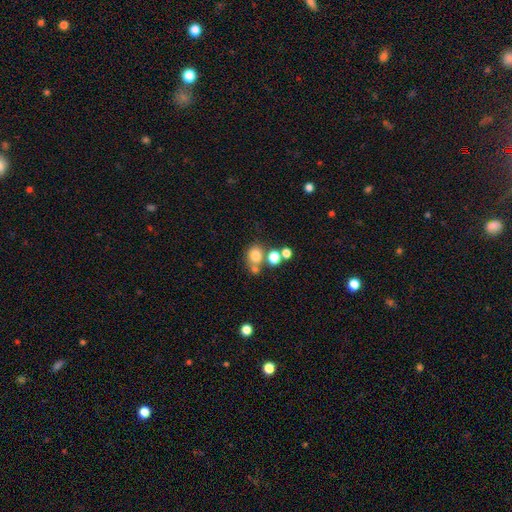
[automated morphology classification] A smooth galaxy with no disk features (76%) that is round (69%). Merging: none (55%).